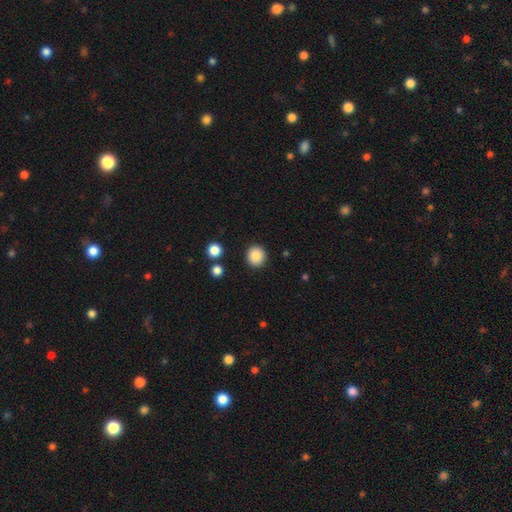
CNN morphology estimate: A smooth galaxy with no disk features (88%) that is round (91%).

Vote fractions:
- Smooth or featured? smooth: 88% / star or artifact: 9% / featured or disk: 3%
- How rounded? round: 91% / in between: 8% / cigar-shaped: 1%
- Merging? none: 91% / minor disturbance: 5% / major disturbance: 2% / merger: 2%